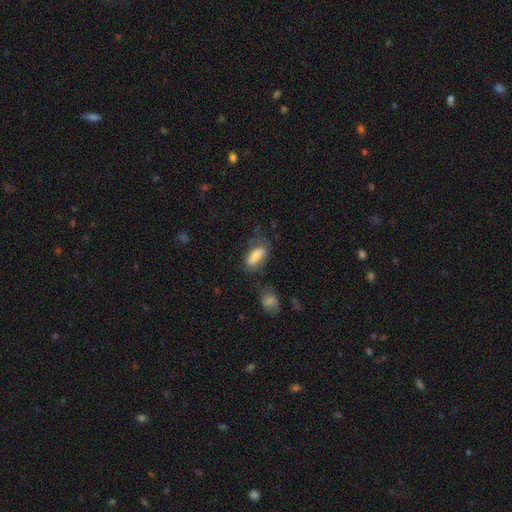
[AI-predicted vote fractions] smooth 77%, featured or disk 15%, star or artifact 8%. Down the decision tree: how rounded — in between (82%); merging — none (57%).